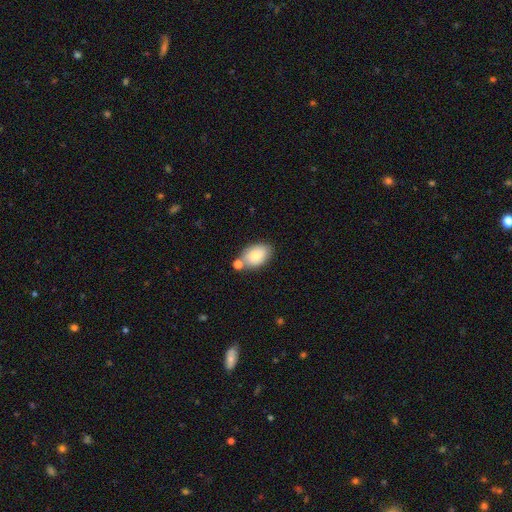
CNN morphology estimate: This appears to be a smooth galaxy with no disk features (80%) that is in between round and cigar-shaped (90%). Merging: none (64%).